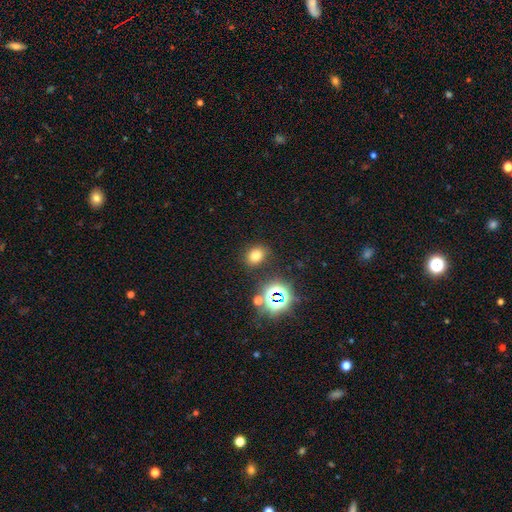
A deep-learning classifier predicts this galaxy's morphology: Smooth or featured? Predicted: smooth (p=0.71). How rounded? Predicted: in between (p=0.55). Merging? Predicted: none (p=0.82).